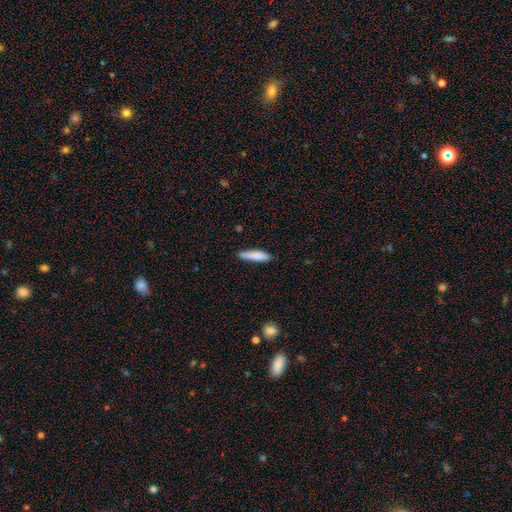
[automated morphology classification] A smooth galaxy with no disk features (84%) that is cigar-shaped (81%).

Vote fractions:
- Smooth or featured? smooth: 84% / featured or disk: 10% / star or artifact: 6%
- How rounded? cigar-shaped: 81% / in between: 18% / round: 1%
- Merging? none: 82% / minor disturbance: 14% / major disturbance: 2% / merger: 1%